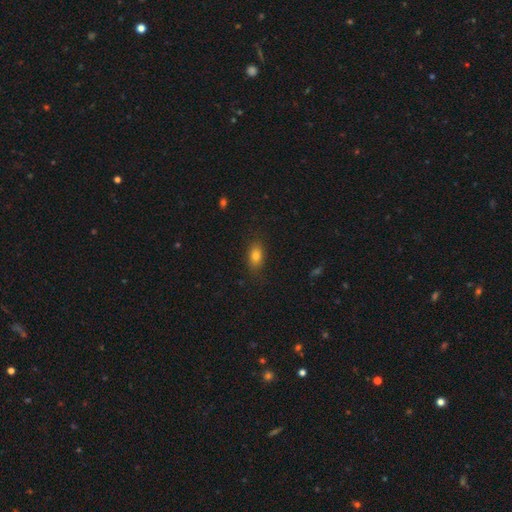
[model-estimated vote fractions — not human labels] The model was most divided on "merging": none: 82%, minor disturbance: 13%, major disturbance: 3%, merger: 1%. More confident: how rounded — in between (83%); smooth or featured — smooth (80%).